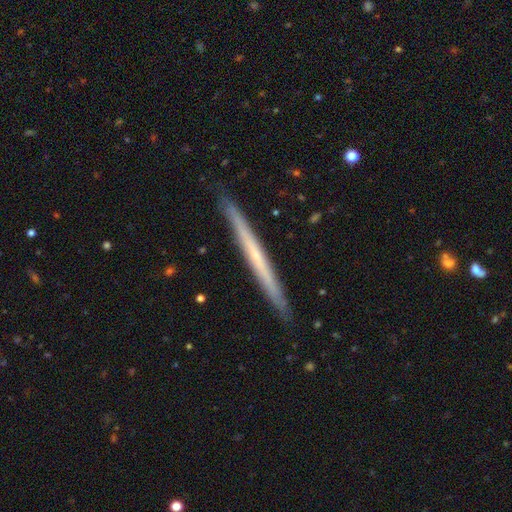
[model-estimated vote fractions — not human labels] This appears to be a featured or disk galaxy (60%) viewed edge-on (97%) with no central bulge (80%). Merging: none (92%).